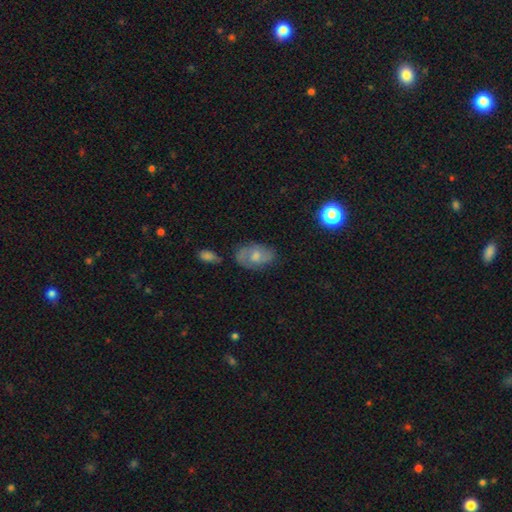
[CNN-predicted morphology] A featured or disk galaxy (46%). Merging: none (65%).